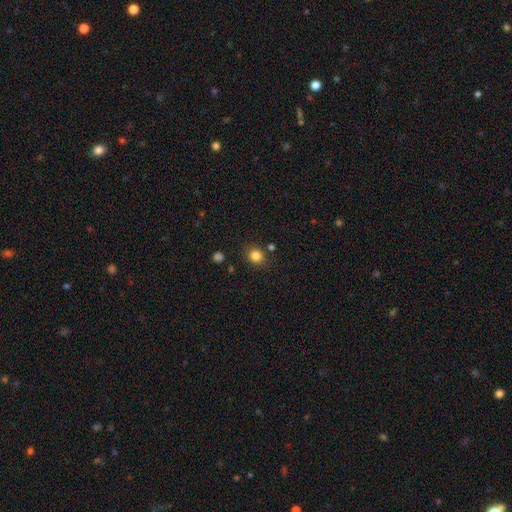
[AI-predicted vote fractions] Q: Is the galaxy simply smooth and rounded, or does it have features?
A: smooth — 84%.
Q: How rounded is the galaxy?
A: round — 68%.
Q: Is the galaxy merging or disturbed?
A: none — 83%.